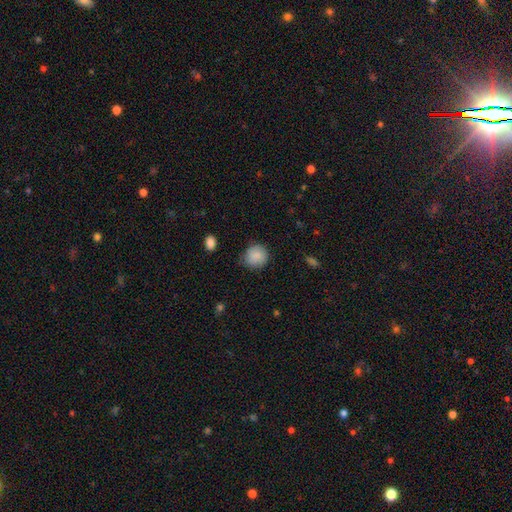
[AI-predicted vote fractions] smooth 86%, star or artifact 7%, featured or disk 6%. Down the decision tree: how rounded — round (87%); merging — none (77%).